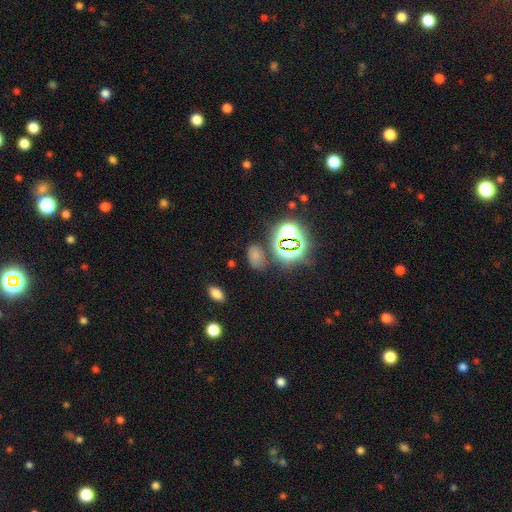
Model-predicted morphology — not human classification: Overall: smooth (55%; star or artifact 35%). How rounded: in between (85%). Merging: none (71%).